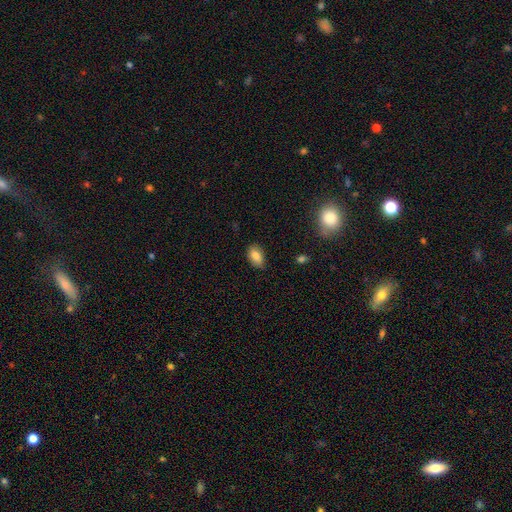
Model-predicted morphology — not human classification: Smooth or featured? Predicted: smooth (p=0.85). How rounded? Predicted: in between (p=0.91). Merging? Predicted: none (p=0.77).